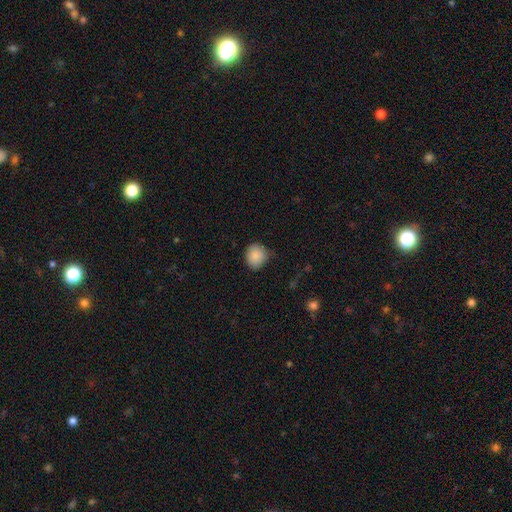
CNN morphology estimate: This is clearly a smooth galaxy (87%). How rounded: likely round (77%). Merging: likely none (74%).